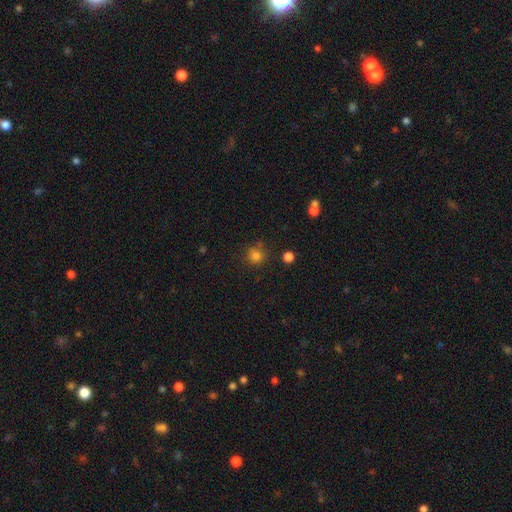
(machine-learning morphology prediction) Q: Smooth or featured?
A: smooth (80%); runner-up: star or artifact (15%)
Q: How rounded?
A: round (85%); runner-up: in between (14%)
Q: Merging?
A: none (74%); runner-up: minor disturbance (14%)